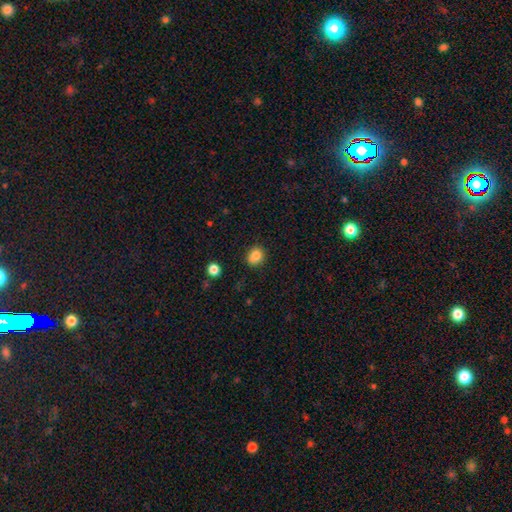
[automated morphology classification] smooth-or-featured: smooth: 83% | star or artifact: 11% | featured or disk: 6%
  how-rounded: round: 68% | in between: 31% | cigar-shaped: 1%
  merging: none: 74% | minor disturbance: 18% | merger: 4% | major disturbance: 4%